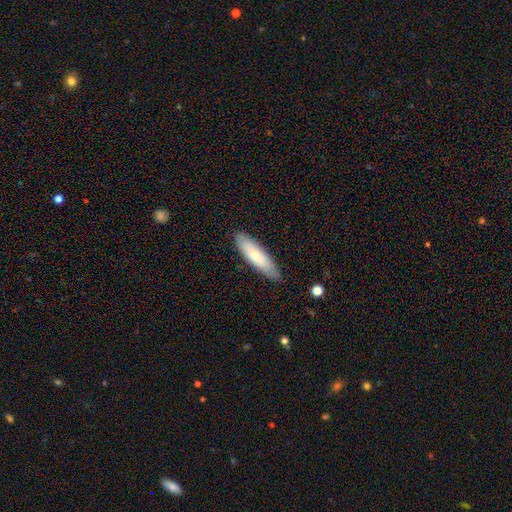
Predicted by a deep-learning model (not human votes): smooth_or_featured: smooth (p=0.73) [alt: featured or disk p=0.22]
how_rounded: cigar-shaped (p=0.64) [alt: in between p=0.34]
merging: none (p=0.84) [alt: minor disturbance p=0.13]